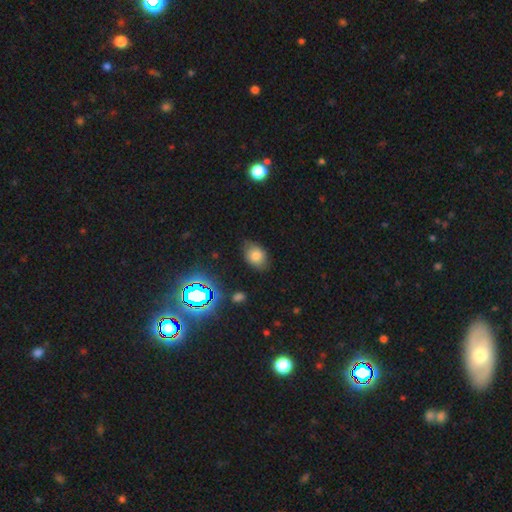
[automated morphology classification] Smooth or featured? Predicted: smooth (p=0.73). How rounded? Predicted: in between (p=0.70). Merging? Predicted: none (p=0.72).